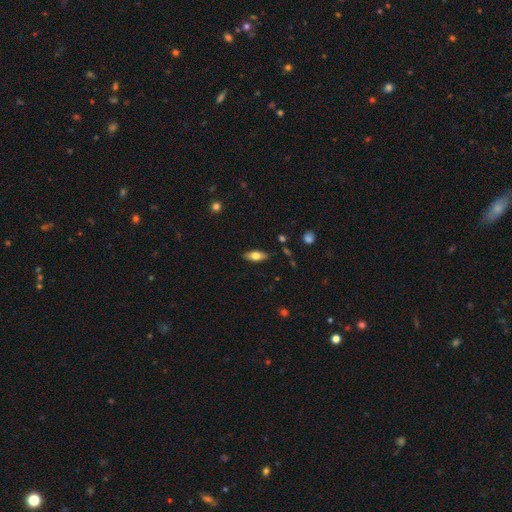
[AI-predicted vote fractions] A smooth galaxy with no disk features (65%) that is in between round and cigar-shaped (75%).

Vote fractions:
- Smooth or featured? smooth: 65% / featured or disk: 28% / star or artifact: 7%
- How rounded? in between: 75% / cigar-shaped: 22% / round: 3%
- Merging? none: 86% / minor disturbance: 11% / major disturbance: 2% / merger: 1%